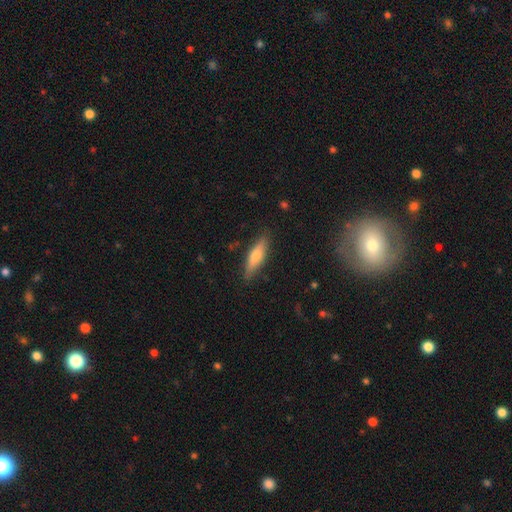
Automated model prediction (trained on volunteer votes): Q: Smooth or featured?
A: smooth (54%); runner-up: featured or disk (39%)
Q: How rounded?
A: cigar-shaped (69%); runner-up: in between (29%)
Q: Merging?
A: none (86%); runner-up: minor disturbance (11%)